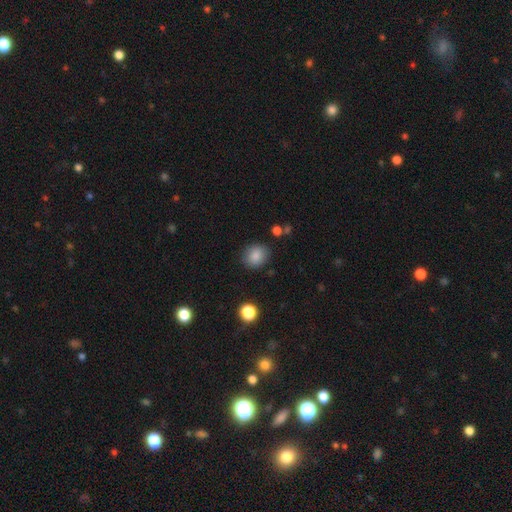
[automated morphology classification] A smooth galaxy with no disk features (85%) that is round (71%).

Vote fractions:
- Smooth or featured? smooth: 85% / star or artifact: 9% / featured or disk: 6%
- How rounded? round: 71% / in between: 28% / cigar-shaped: 1%
- Merging? none: 85% / minor disturbance: 10% / major disturbance: 3% / merger: 2%